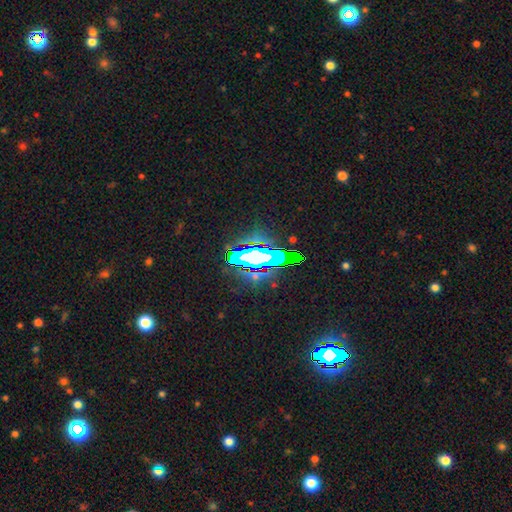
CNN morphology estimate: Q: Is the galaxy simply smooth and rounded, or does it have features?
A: star or artifact — 56%.